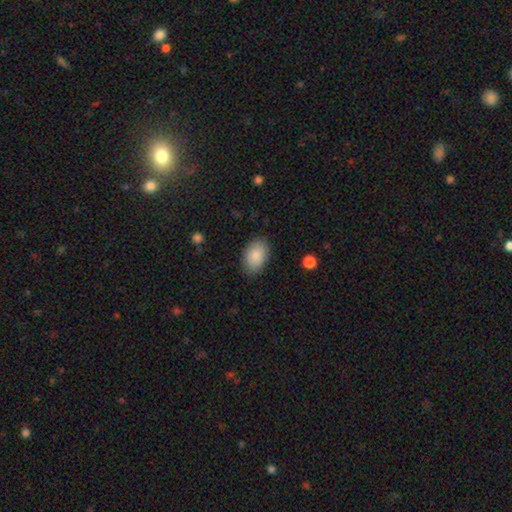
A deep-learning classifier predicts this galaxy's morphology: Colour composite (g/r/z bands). It shows a smooth galaxy with no disk features (87%) that is in between round and cigar-shaped (89%). Merging: none (85%).